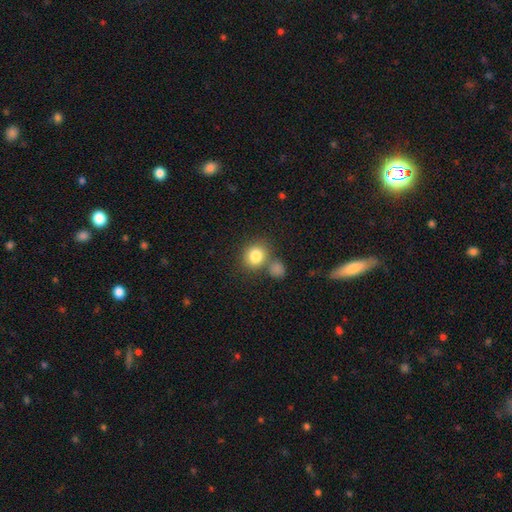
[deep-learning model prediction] This appears to be a smooth galaxy with no disk features (83%) that is round (72%). Merging: none (58%).